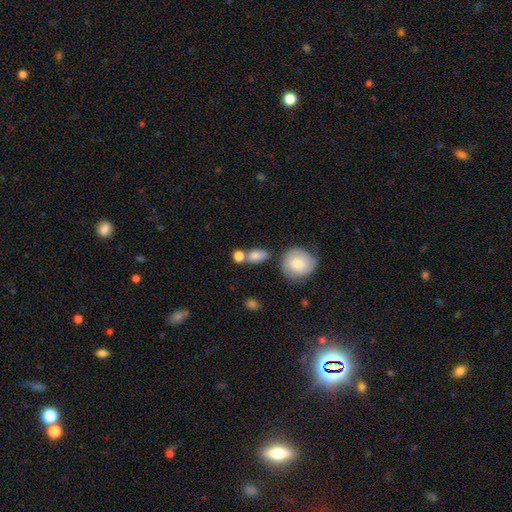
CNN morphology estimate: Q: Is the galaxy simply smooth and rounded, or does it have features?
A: smooth — 80%.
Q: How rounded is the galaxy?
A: in between — 69%.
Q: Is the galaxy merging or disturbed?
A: none — 53%.